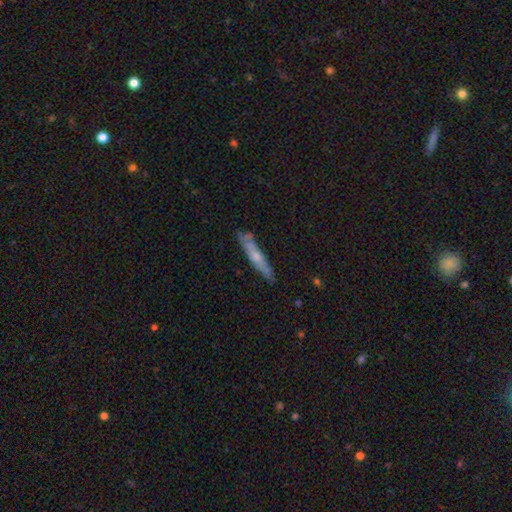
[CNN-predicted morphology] smooth 49%, featured or disk 45%, star or artifact 6%. Down the decision tree: merging — none (79%).